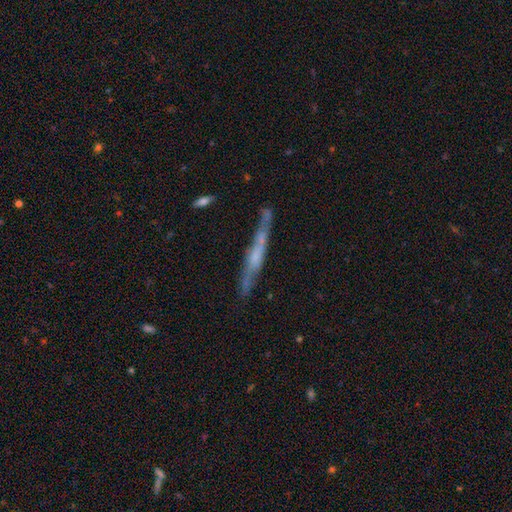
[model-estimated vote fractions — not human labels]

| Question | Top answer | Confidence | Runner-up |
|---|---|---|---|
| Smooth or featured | featured or disk | 64% | smooth (29%) |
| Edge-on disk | yes | 88% | no (12%) |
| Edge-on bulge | none | 45% | rounded (33%) |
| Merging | none | 69% | minor disturbance (20%) |